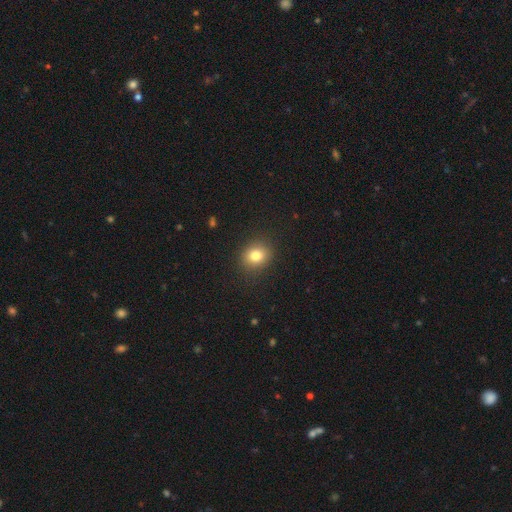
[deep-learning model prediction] Smooth or featured: smooth — 80% (star or artifact — 12%)
How rounded: round — 67% (in between — 32%)
Merging: none — 89% (minor disturbance — 8%)